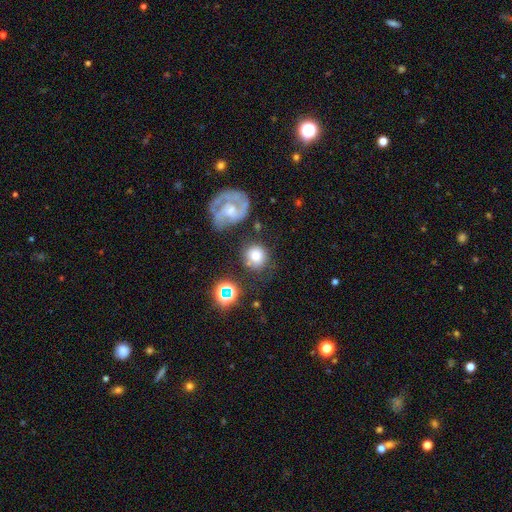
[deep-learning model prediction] Smooth or featured? smooth (65%)
How rounded? round (86%)
Merging? none (60%)